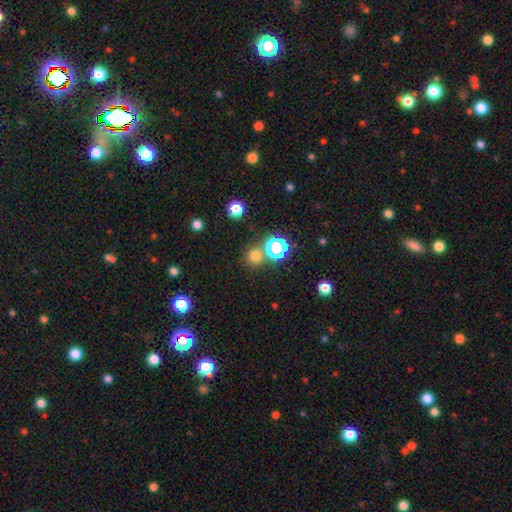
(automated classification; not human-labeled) This appears to be a smooth galaxy with no disk features (65%) that is round (91%). Merging: none (74%).